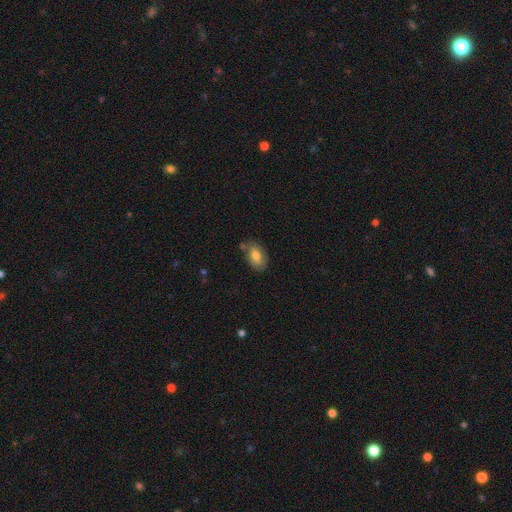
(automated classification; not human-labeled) Smooth or featured?
  - smooth: 77% *
  - featured or disk: 16%
  - star or artifact: 7%
How rounded?
  - in between: 90% *
  - round: 8%
  - cigar-shaped: 2%
Merging?
  - none: 71% *
  - minor disturbance: 18%
  - merger: 7%
  - major disturbance: 4%